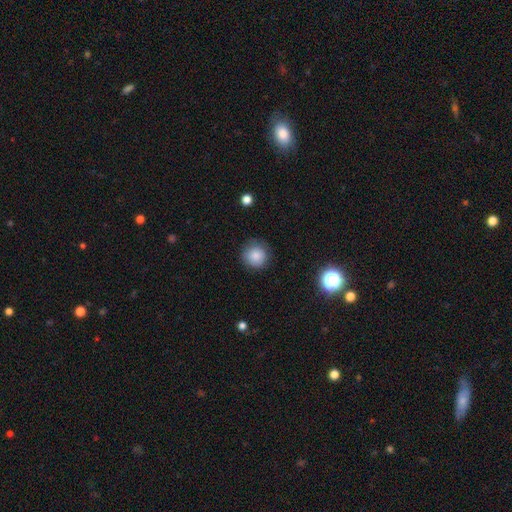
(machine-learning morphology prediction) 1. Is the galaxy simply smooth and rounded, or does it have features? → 83% smooth, 10% star or artifact, 7% featured or disk.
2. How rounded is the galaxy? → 93% round, 6% in between, 1% cigar-shaped.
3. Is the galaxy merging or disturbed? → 81% none, 14% minor disturbance, 4% major disturbance, 1% merger.